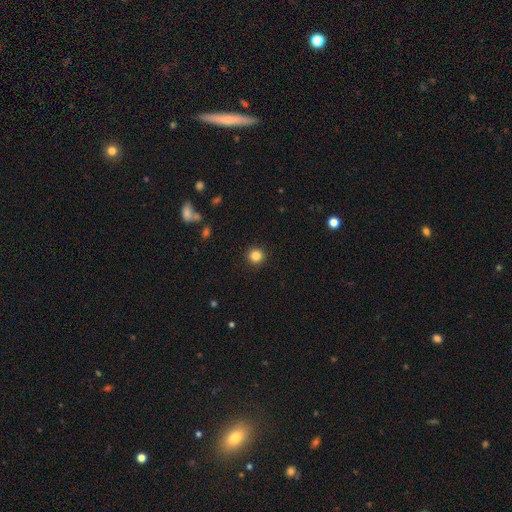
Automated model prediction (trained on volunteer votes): Q: Smooth or featured?
A: smooth (84%); runner-up: star or artifact (11%)
Q: How rounded?
A: round (94%); runner-up: in between (5%)
Q: Merging?
A: none (93%); runner-up: minor disturbance (5%)